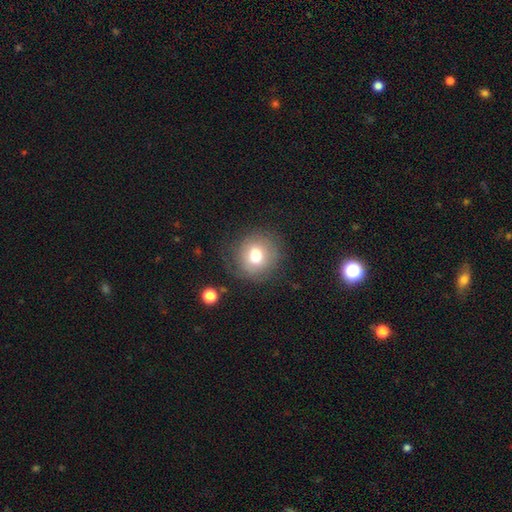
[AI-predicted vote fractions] smooth-or-featured: smooth: 72% | featured or disk: 18% | star or artifact: 10%
  how-rounded: round: 84% | in between: 15% | cigar-shaped: 1%
  merging: none: 72% | minor disturbance: 17% | major disturbance: 9% | merger: 2%